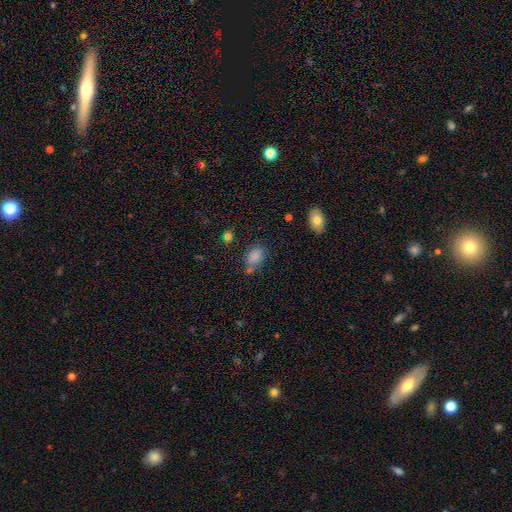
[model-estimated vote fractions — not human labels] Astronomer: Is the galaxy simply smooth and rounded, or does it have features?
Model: smooth — 80%.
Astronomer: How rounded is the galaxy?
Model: in between — 81%.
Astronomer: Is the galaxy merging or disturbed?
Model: none — 66%.